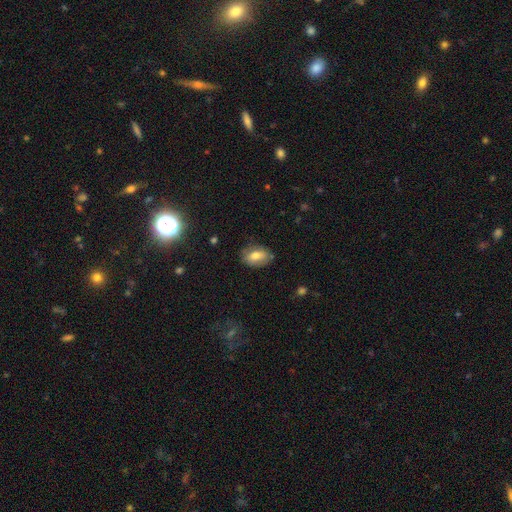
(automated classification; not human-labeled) smooth-or-featured: smooth: 70% | featured or disk: 21% | star or artifact: 9%
  how-rounded: in between: 81% | round: 16% | cigar-shaped: 2%
  merging: none: 75% | minor disturbance: 19% | major disturbance: 4% | merger: 2%